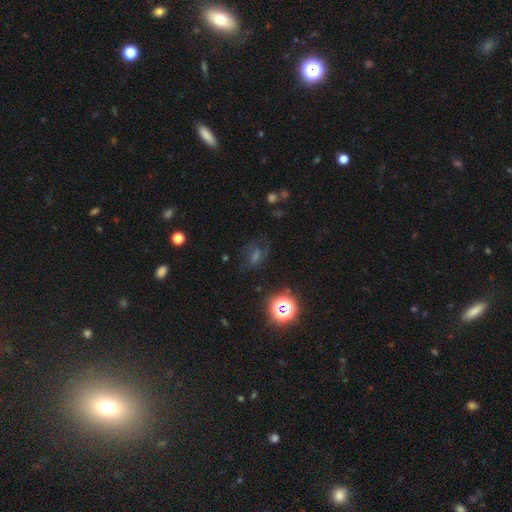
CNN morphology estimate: Smooth or featured: star or artifact — 42% (smooth — 33%)